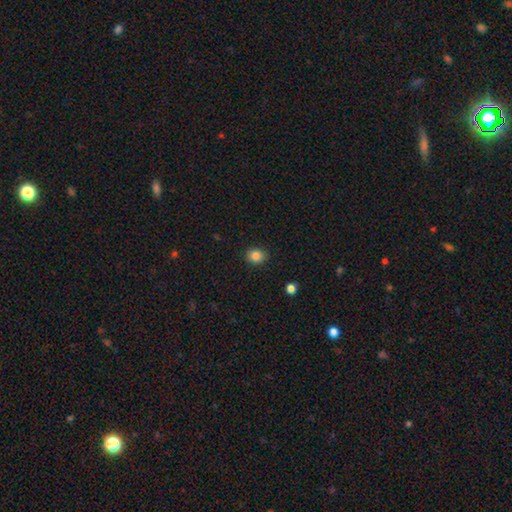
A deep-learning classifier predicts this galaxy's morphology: Smooth or featured?
  - smooth: 84% *
  - star or artifact: 10%
  - featured or disk: 6%
How rounded?
  - round: 59% *
  - in between: 40%
  - cigar-shaped: 1%
Merging?
  - none: 89% *
  - minor disturbance: 8%
  - major disturbance: 2%
  - merger: 1%